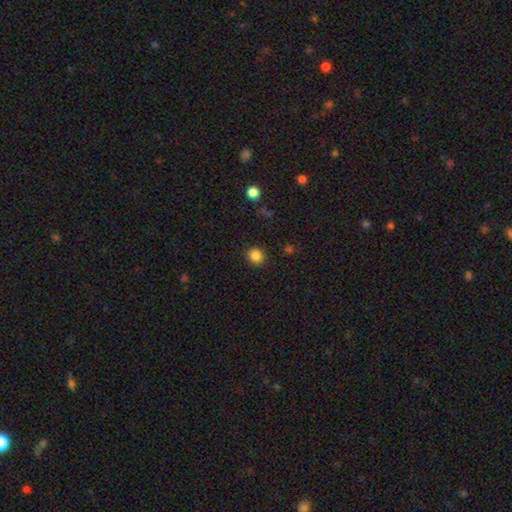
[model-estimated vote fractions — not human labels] Q: Smooth or featured?
A: smooth (85%); runner-up: star or artifact (11%)
Q: How rounded?
A: round (82%); runner-up: in between (17%)
Q: Merging?
A: none (89%); runner-up: minor disturbance (7%)